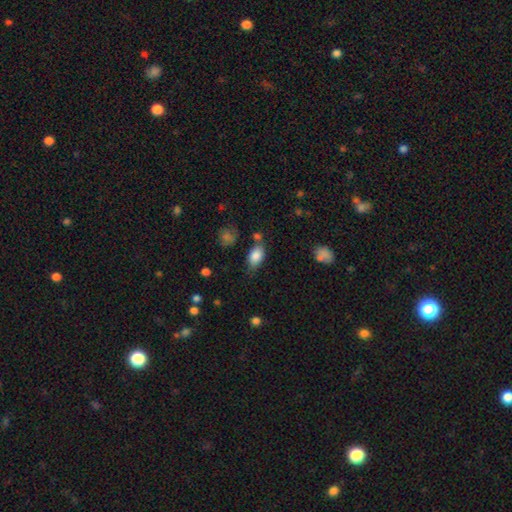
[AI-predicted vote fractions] smooth_or_featured: smooth (p=0.84) [alt: star or artifact p=0.08]
how_rounded: in between (p=0.88) [alt: round p=0.10]
merging: none (p=0.64) [alt: minor disturbance p=0.21]